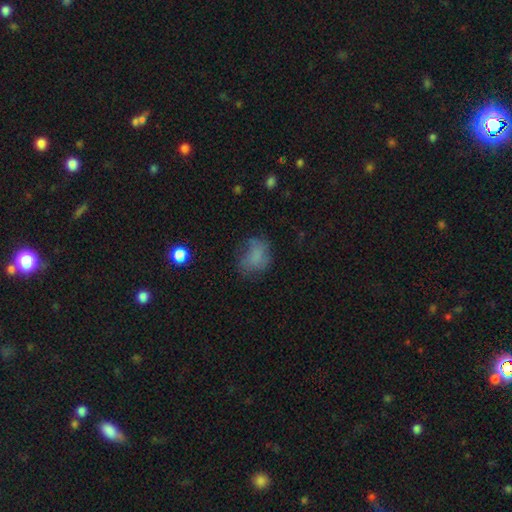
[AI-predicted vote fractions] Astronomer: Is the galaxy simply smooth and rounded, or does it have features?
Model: smooth — 65%.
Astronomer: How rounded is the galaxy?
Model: in between — 55% (runner-up: round, 44%).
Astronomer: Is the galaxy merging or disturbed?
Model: none — 51% (runner-up: minor disturbance, 26%).